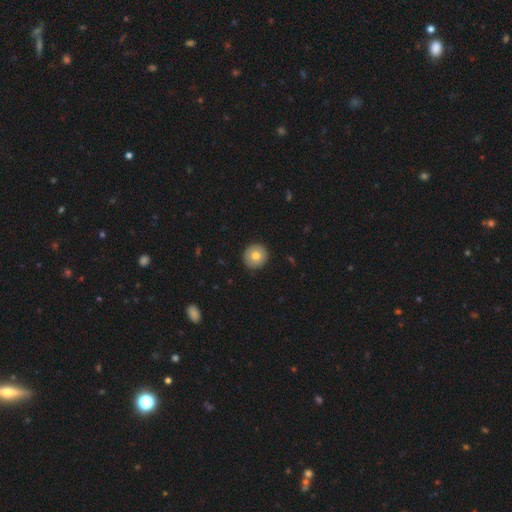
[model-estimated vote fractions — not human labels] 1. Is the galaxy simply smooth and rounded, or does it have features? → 77% smooth, 15% featured or disk, 8% star or artifact.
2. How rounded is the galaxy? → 93% round, 6% in between, 1% cigar-shaped.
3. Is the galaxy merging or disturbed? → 91% none, 6% minor disturbance, 2% major disturbance, 1% merger.